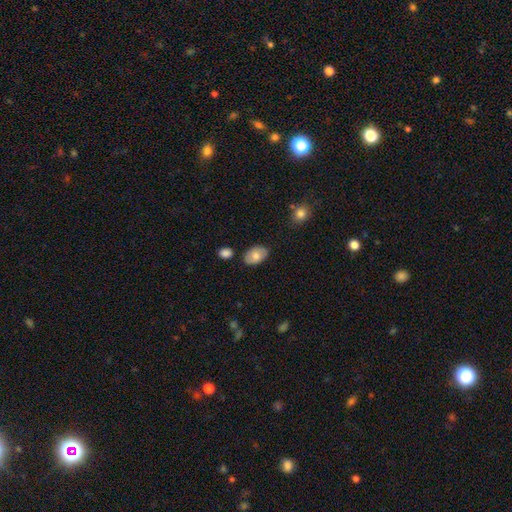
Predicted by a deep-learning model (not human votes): Smooth or featured?
  - smooth: 75% *
  - featured or disk: 18%
  - star or artifact: 7%
How rounded?
  - in between: 89% *
  - round: 9%
  - cigar-shaped: 1%
Merging?
  - none: 80% *
  - minor disturbance: 14%
  - merger: 3%
  - major disturbance: 3%